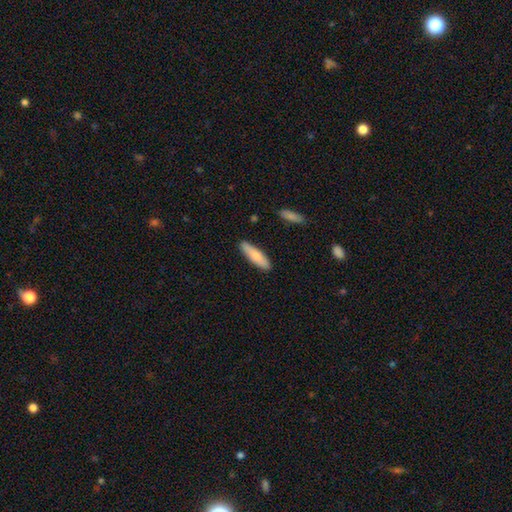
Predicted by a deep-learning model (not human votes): Smooth or featured: smooth — 79% (featured or disk — 15%)
How rounded: cigar-shaped — 63% (in between — 35%)
Merging: none — 87% (minor disturbance — 9%)